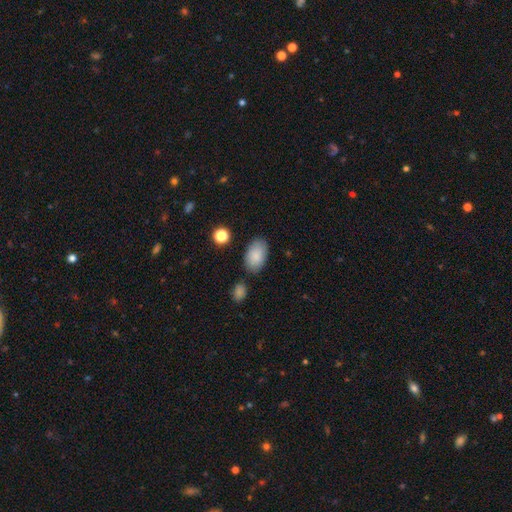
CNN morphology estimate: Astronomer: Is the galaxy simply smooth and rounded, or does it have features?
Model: smooth — 87%.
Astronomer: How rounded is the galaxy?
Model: in between — 93%.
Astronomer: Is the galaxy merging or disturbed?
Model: none — 77%.